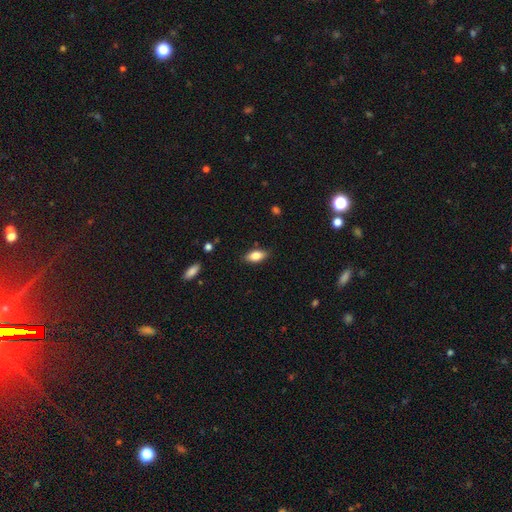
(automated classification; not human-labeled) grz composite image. It shows a smooth galaxy with no disk features (80%) that is in between round and cigar-shaped (87%). Merging: none (85%).